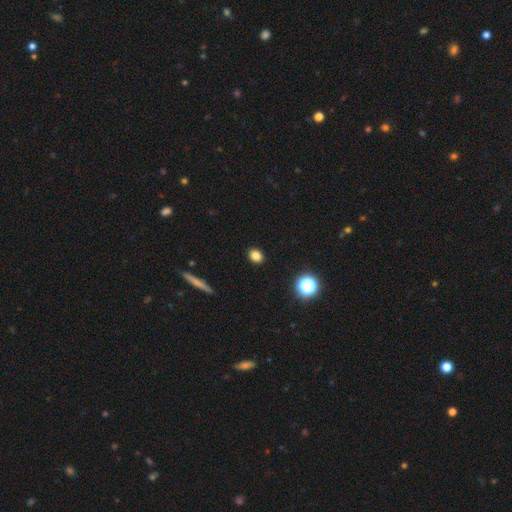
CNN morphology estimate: This is clearly a smooth galaxy (81%). How rounded: possibly round (51%). Merging: clearly none (91%).